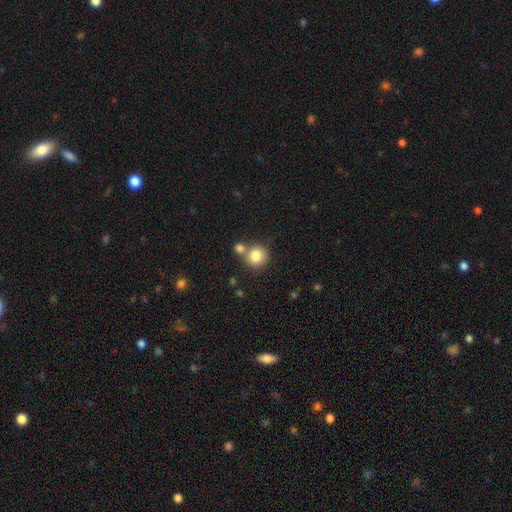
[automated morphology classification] smooth 82%, star or artifact 10%, featured or disk 8%. Down the decision tree: how rounded — round (90%); merging — none (60%).